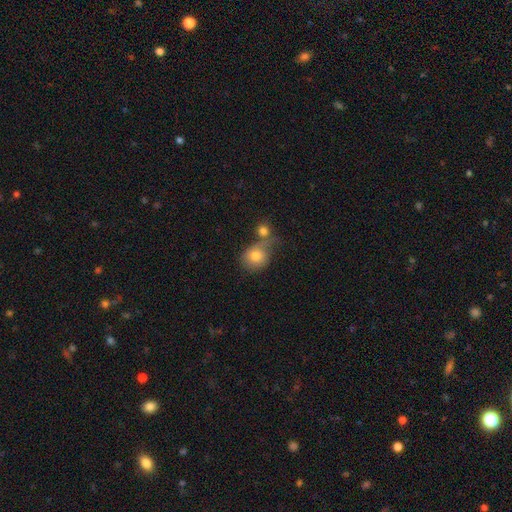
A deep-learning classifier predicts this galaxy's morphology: smooth-or-featured: smooth: 78% | featured or disk: 13% | star or artifact: 9%
  how-rounded: round: 72% | in between: 26% | cigar-shaped: 1%
  merging: none: 40% | merger: 38% | minor disturbance: 14% | major disturbance: 8%